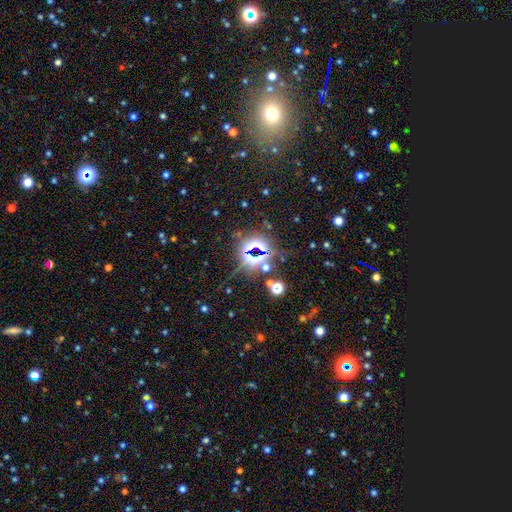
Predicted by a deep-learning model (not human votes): Overall: star or artifact (78%).